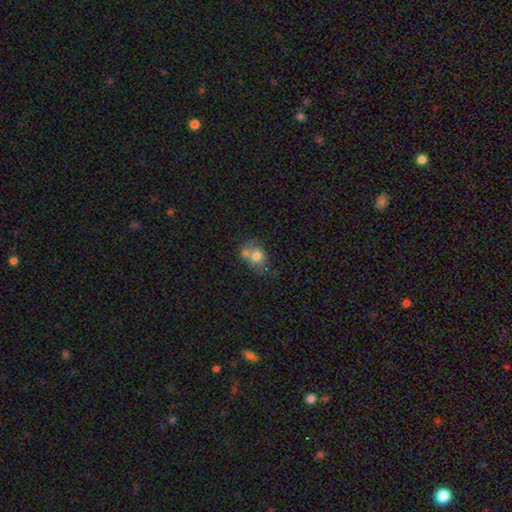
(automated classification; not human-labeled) smooth 73%, featured or disk 17%, star or artifact 9%. Down the decision tree: how rounded — round (57%); merging — merger (51%).